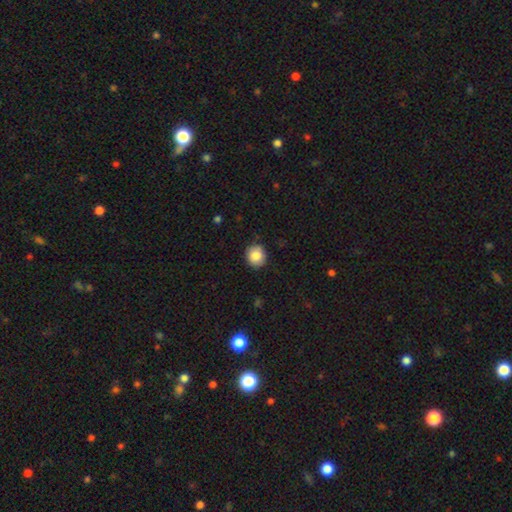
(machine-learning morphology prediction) A smooth galaxy with no disk features (85%) that is round (85%). Merging: none (86%).